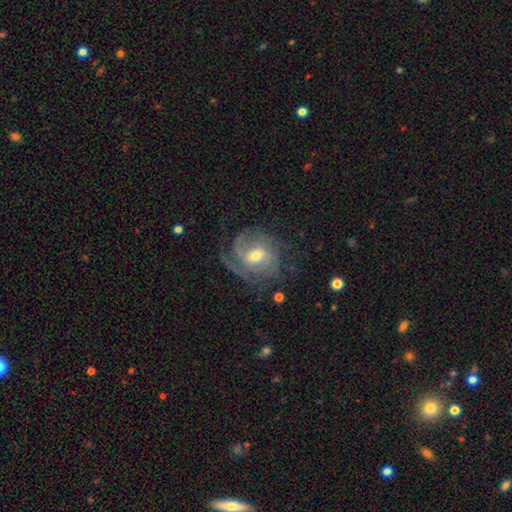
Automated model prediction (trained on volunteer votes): A featured or disk galaxy (85%) with a weak bar (48%), 2 (31%) tight (47%) spiral arms (95%) and a moderate central bulge (59%).

Vote fractions:
- Smooth or featured? featured or disk: 85% / smooth: 10% / star or artifact: 6%
- Edge-on disk? no: 97% / yes: 3%
- Bar? weak: 48% / no: 40% / strong: 12%
- Spiral arms? yes: 95% / no: 5%
- Spiral winding? tight: 47% / medium: 39% / loose: 14%
- Spiral arm count? 2: 31% / can't tell: 24% / 3: 24% / 1: 9% / 4: 7% / more than 4: 5%
- Bulge size? moderate: 59% / small: 36% / large: 4% / none: 1% / dominant: 1%
- Merging? none: 62% / minor disturbance: 20% / major disturbance: 17% / merger: 2%